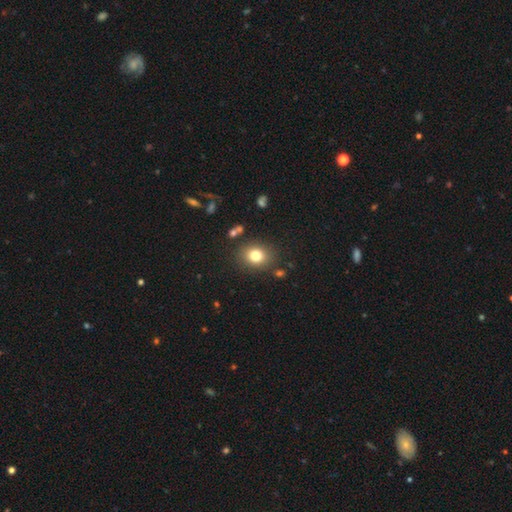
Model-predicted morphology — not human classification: The model was most divided on "how rounded": round: 61%, in between: 39%, cigar-shaped: 1%. More confident: merging — none (84%); smooth or featured — smooth (79%).